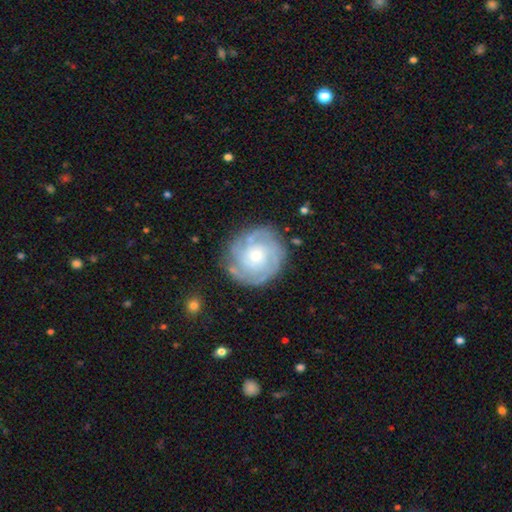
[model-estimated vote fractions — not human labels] smooth_or_featured: featured or disk (p=0.79) [alt: smooth p=0.14]
disk_edge_on: no (p=0.98) [alt: yes p=0.02]
bar: no (p=0.78) [alt: weak p=0.19]
has_spiral_arms: yes (p=0.94) [alt: no p=0.06]
spiral_winding: tight (p=0.75) [alt: medium p=0.21]
spiral_arm_count: can't tell (p=0.34) [alt: 3 p=0.23]
bulge_size: small (p=0.53) [alt: moderate p=0.41]
merging: none (p=0.81) [alt: minor disturbance p=0.13]